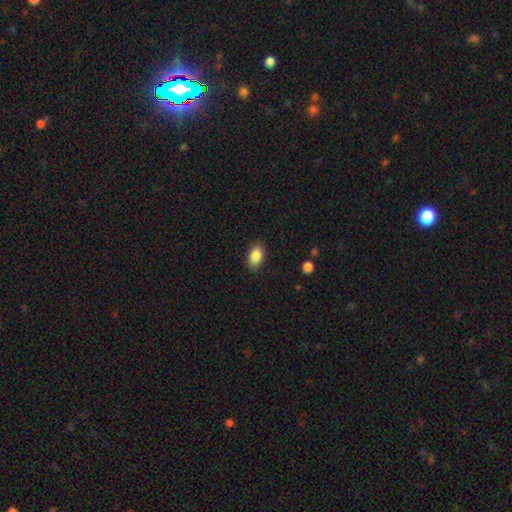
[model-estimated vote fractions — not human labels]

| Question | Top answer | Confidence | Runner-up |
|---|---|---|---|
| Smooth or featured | smooth | 87% | star or artifact (8%) |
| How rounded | in between | 89% | round (9%) |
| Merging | none | 87% | minor disturbance (9%) |